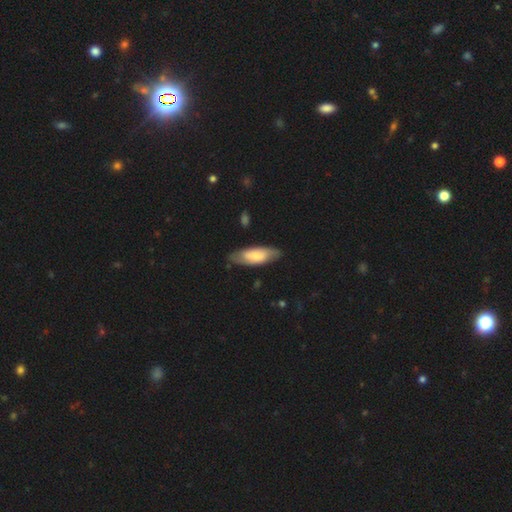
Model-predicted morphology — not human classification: Smooth or featured? Predicted: smooth (p=0.68). How rounded? Predicted: in between (p=0.69). Merging? Predicted: none (p=0.79).